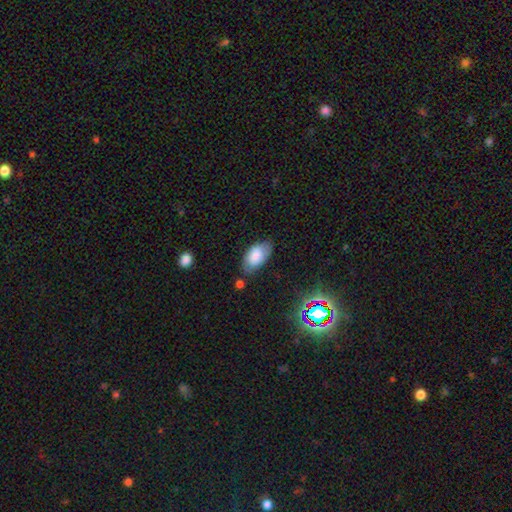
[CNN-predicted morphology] smooth 78%, featured or disk 14%, star or artifact 8%. Down the decision tree: how rounded — in between (94%); merging — none (69%).